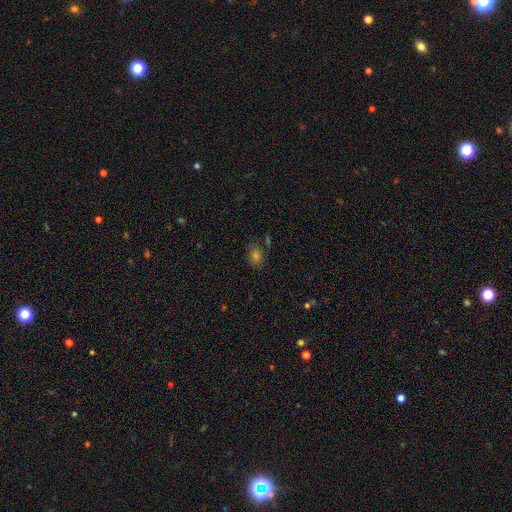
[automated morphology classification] A smooth galaxy with no disk features (64%) that is in between round and cigar-shaped (54%).

Vote fractions:
- Smooth or featured? smooth: 64% / star or artifact: 25% / featured or disk: 10%
- How rounded? in between: 54% / round: 44% / cigar-shaped: 2%
- Merging? none: 78% / minor disturbance: 13% / merger: 5% / major disturbance: 4%